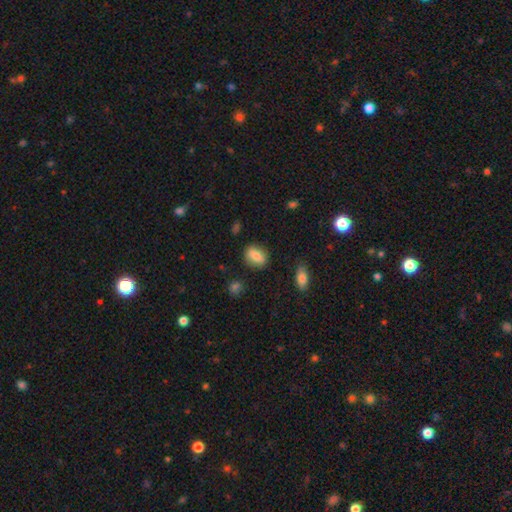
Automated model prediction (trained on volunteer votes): Overall: smooth (76%). How rounded: in between (64%; round 31%). Merging: none (84%).